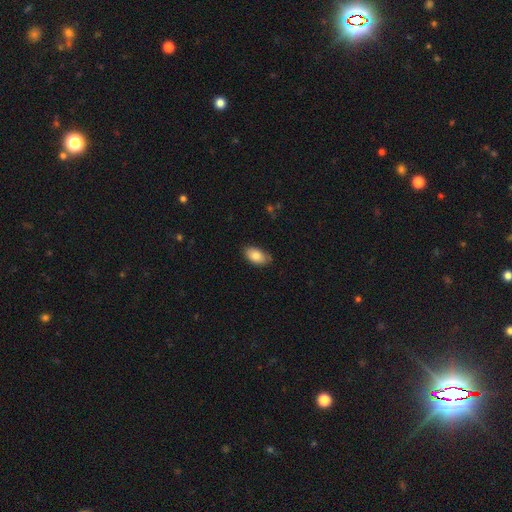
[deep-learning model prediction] Smooth or featured? smooth (82%)
How rounded? in between (93%)
Merging? none (80%)